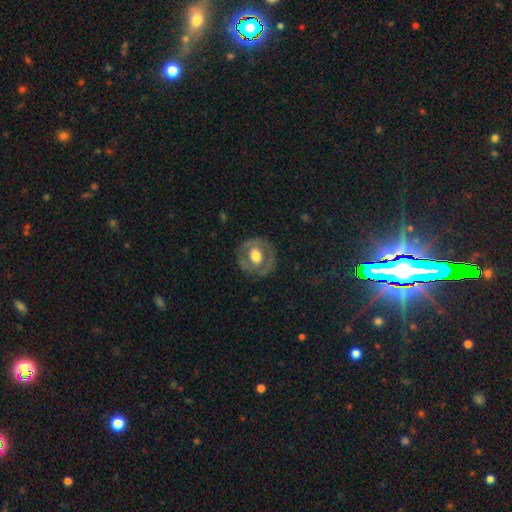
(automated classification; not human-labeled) featured or disk 53%, smooth 41%, star or artifact 6%. Down the decision tree: edge-on disk — no (95%); bar — no (69%); spiral arms — no (77%); bulge size — moderate (56%); merging — none (77%).